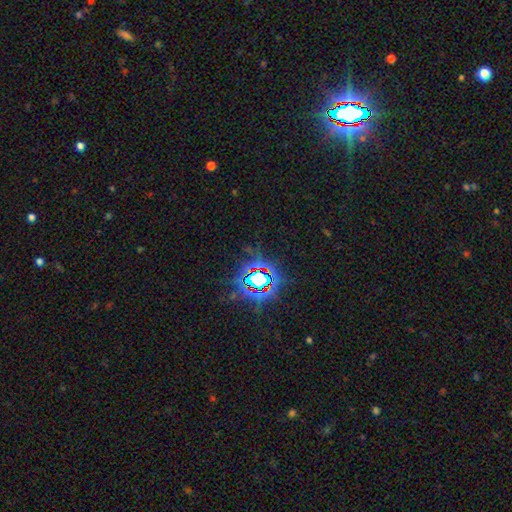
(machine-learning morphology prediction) Smooth or featured? star or artifact (82%)